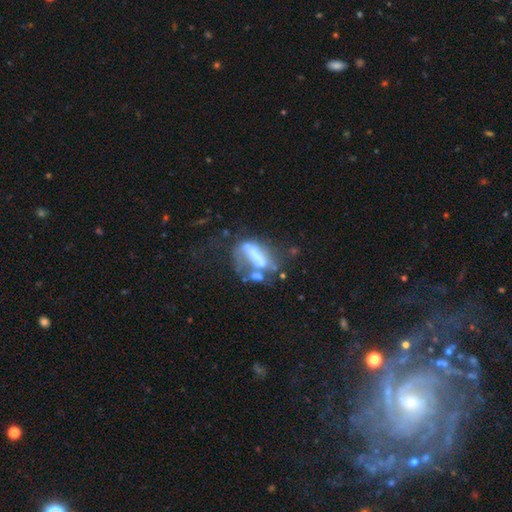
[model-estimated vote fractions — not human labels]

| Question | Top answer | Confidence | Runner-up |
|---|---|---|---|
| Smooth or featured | featured or disk | 57% | smooth (30%) |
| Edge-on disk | no | 86% | yes (14%) |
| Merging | major disturbance | 33% | merger (29%) |